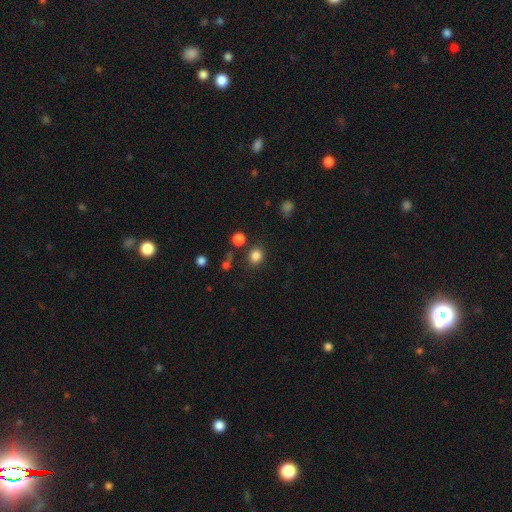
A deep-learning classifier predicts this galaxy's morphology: This is clearly a smooth galaxy (83%). How rounded: likely round (79%). Merging: clearly none (82%).